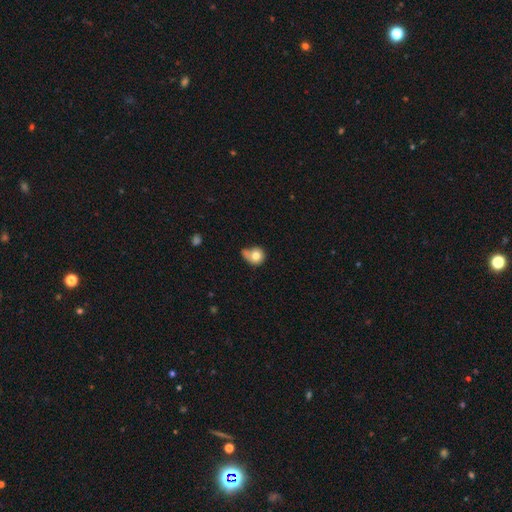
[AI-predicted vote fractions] Smooth or featured? smooth (76%)
How rounded? round (76%)
Merging? none (35%)